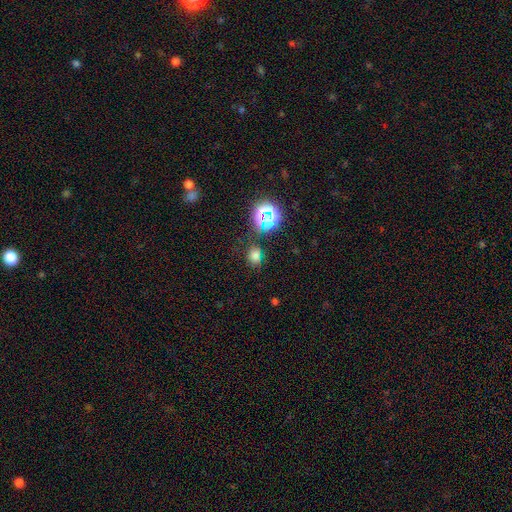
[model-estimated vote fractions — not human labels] This is likely a smooth galaxy (64%). How rounded: likely round (64%). Merging: likely none (75%).